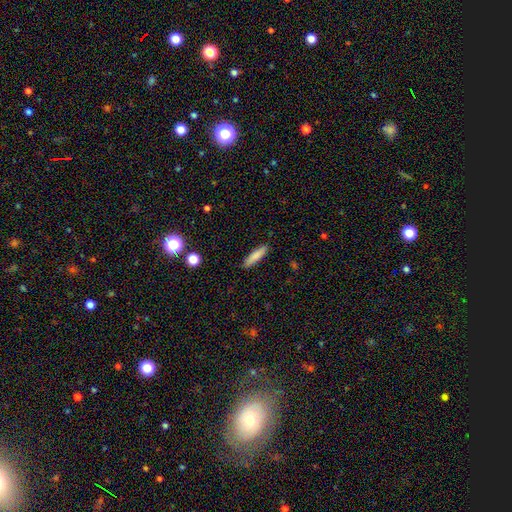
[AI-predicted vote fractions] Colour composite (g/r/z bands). It shows a smooth galaxy with no disk features (82%) that is cigar-shaped (78%). Merging: none (89%).